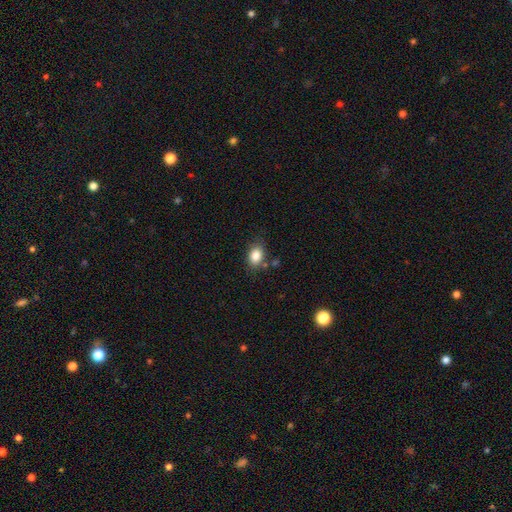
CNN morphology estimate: This appears to be a smooth galaxy with no disk features (85%) that is in between round and cigar-shaped (75%). Merging: none (75%).